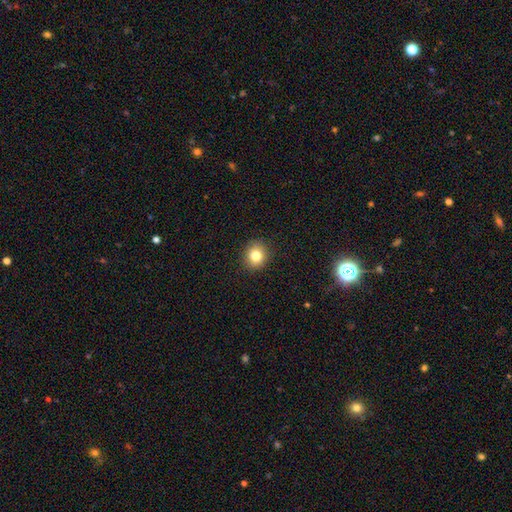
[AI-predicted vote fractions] Smooth or featured? smooth (81%)
How rounded? round (79%)
Merging? none (91%)